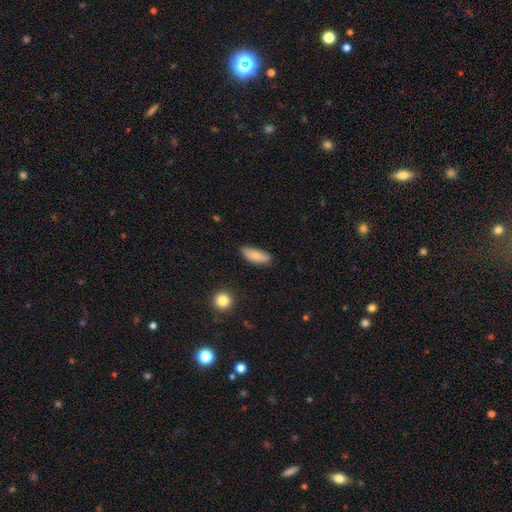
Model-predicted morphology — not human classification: smooth 84%, featured or disk 10%, star or artifact 6%. Down the decision tree: how rounded — in between (80%); merging — none (79%).